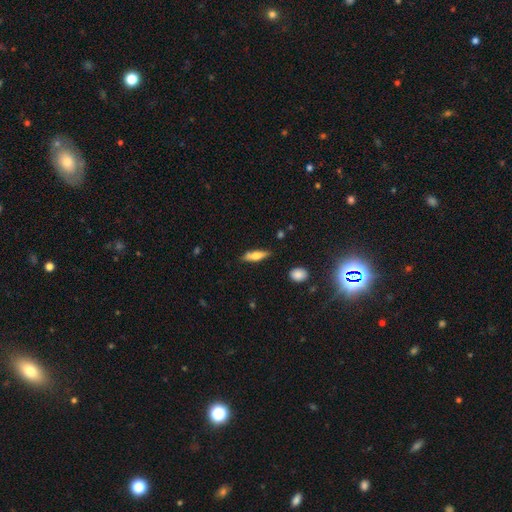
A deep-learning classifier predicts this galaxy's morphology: smooth_or_featured: smooth (p=0.63) [alt: featured or disk p=0.31]
how_rounded: cigar-shaped (p=0.56) [alt: in between p=0.42]
merging: none (p=0.75) [alt: minor disturbance p=0.17]